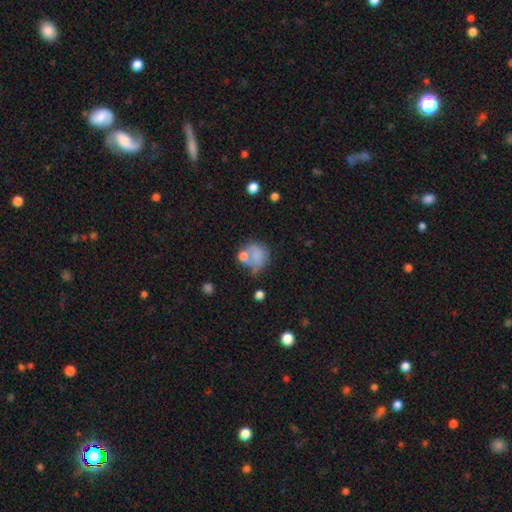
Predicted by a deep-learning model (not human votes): Q: Smooth or featured?
A: smooth (68%); runner-up: featured or disk (21%)
Q: How rounded?
A: round (65%); runner-up: in between (34%)
Q: Merging?
A: merger (29%); tied with: none (29%)